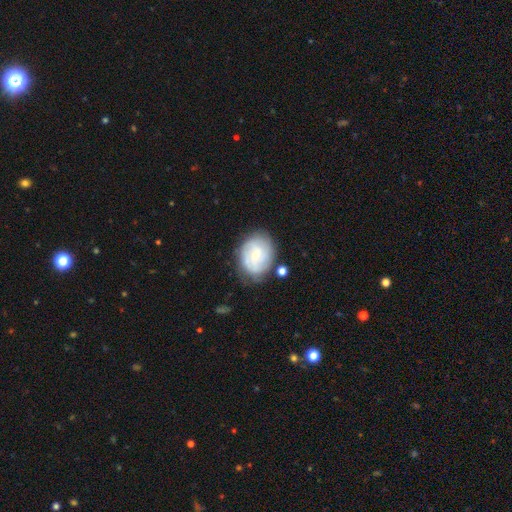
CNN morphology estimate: Q: Smooth or featured?
A: featured or disk (59%); runner-up: smooth (34%)
Q: Edge-on disk?
A: no (97%); runner-up: yes (3%)
Q: Bar?
A: no (56%); runner-up: weak (37%)
Q: Spiral arms?
A: yes (80%); runner-up: no (20%)
Q: Bulge size?
A: small (64%); runner-up: moderate (32%)
Q: Merging?
A: none (68%); runner-up: minor disturbance (21%)